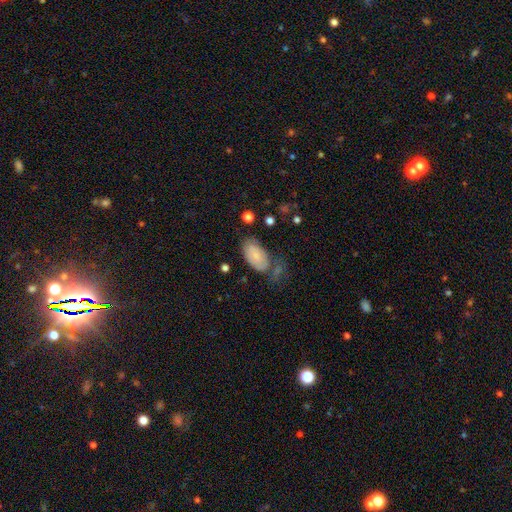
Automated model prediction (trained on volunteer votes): The model was most divided on "merging": none: 53%, minor disturbance: 25%, major disturbance: 12%, merger: 10%. More confident: how rounded — in between (95%); smooth or featured — smooth (78%).